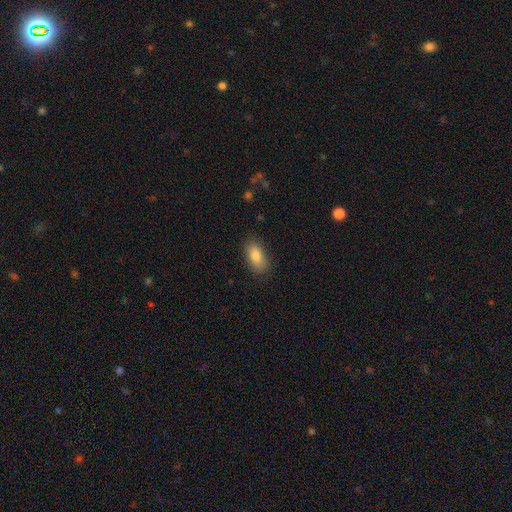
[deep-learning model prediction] Q: Smooth or featured?
A: smooth (85%); runner-up: featured or disk (8%)
Q: How rounded?
A: in between (88%); runner-up: cigar-shaped (8%)
Q: Merging?
A: none (84%); runner-up: minor disturbance (12%)